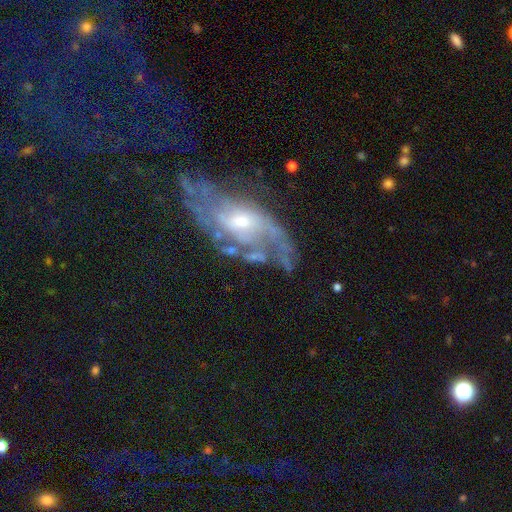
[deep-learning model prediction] smooth-or-featured: featured or disk: 81% | smooth: 12% | star or artifact: 8%
  disk-edge-on: no: 93% | yes: 7%
    bar: no: 57% | weak: 34% | strong: 9%
    has-spiral-arms: yes: 82% | no: 18%
      spiral-winding: medium: 39% | tight: 31% | loose: 30%
      spiral-arm-count: can't tell: 36% (tied) | 2: 36% (tied) | 3: 11% | 1: 8% | 4: 5% | more than 4: 4%
    bulge-size: small: 53% | moderate: 41% | large: 3% | none: 2% | dominant: 1%
  merging: none: 49% | major disturbance: 23% | minor disturbance: 22% | merger: 6%